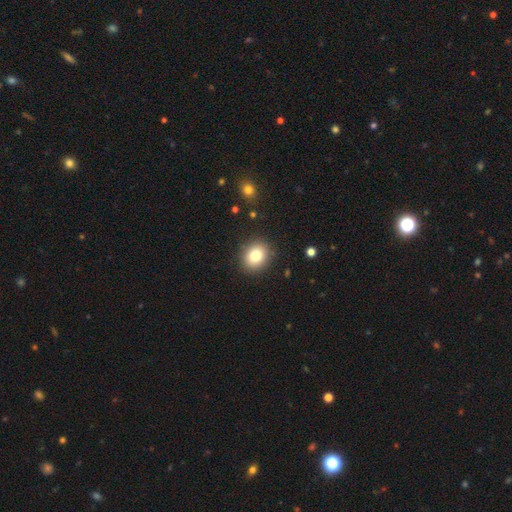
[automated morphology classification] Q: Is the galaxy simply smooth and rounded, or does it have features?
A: smooth — 82%.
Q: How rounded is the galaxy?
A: round — 59%.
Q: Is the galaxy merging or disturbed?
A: none — 88%.